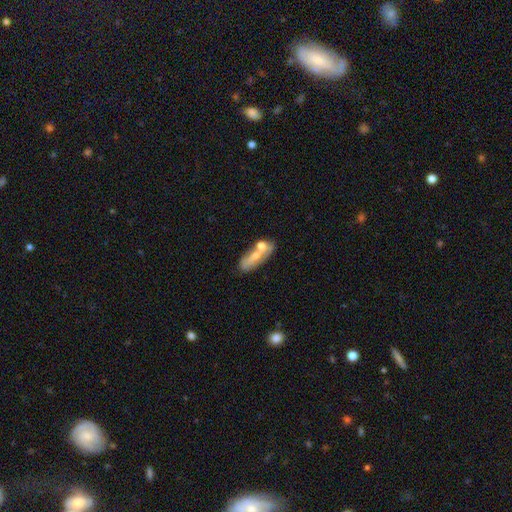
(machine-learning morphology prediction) This is possibly a smooth galaxy (58%). How rounded: likely in between (64%). Merging: marginally none (40%).